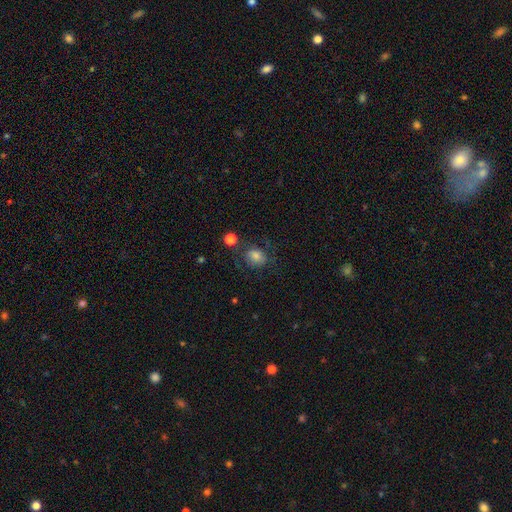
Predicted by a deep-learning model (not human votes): The model was most divided on "how rounded": round: 59%, in between: 40%, cigar-shaped: 1%. More confident: smooth or featured — smooth (63%); merging — none (63%).